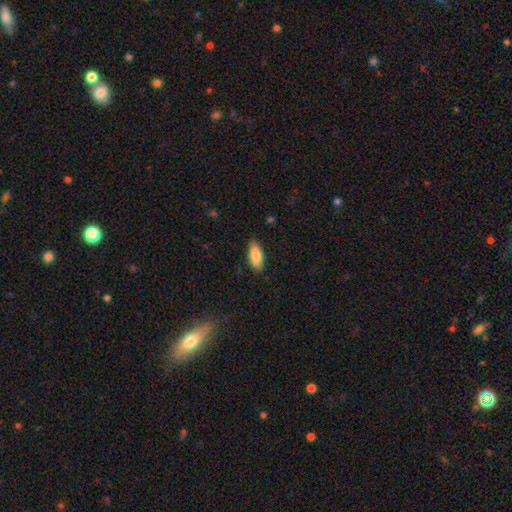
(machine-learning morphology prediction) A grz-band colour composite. It shows a smooth galaxy with no disk features (86%) that is in between round and cigar-shaped (81%). Merging: none (86%).